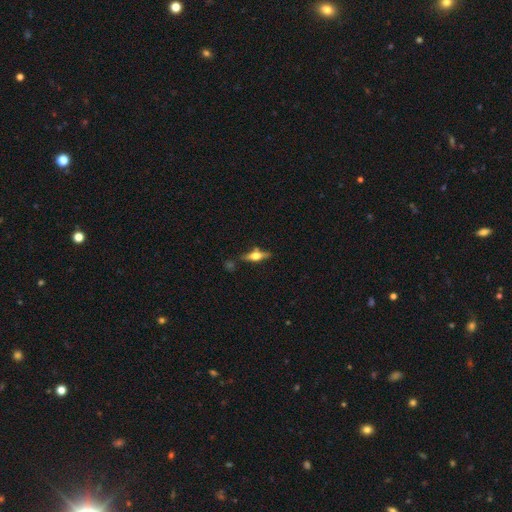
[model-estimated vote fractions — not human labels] This is likely a featured or disk galaxy (62%). It is clearly viewed edge-on (95%). Edge-on bulge: clearly rounded (93%). Merging: likely none (78%).